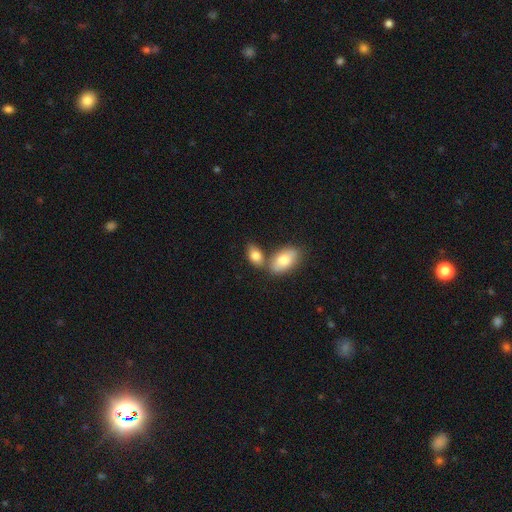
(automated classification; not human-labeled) smooth_or_featured: smooth (p=0.81) [alt: featured or disk p=0.12]
how_rounded: in between (p=0.89) [alt: round p=0.08]
merging: none (p=0.50) [alt: merger p=0.35]